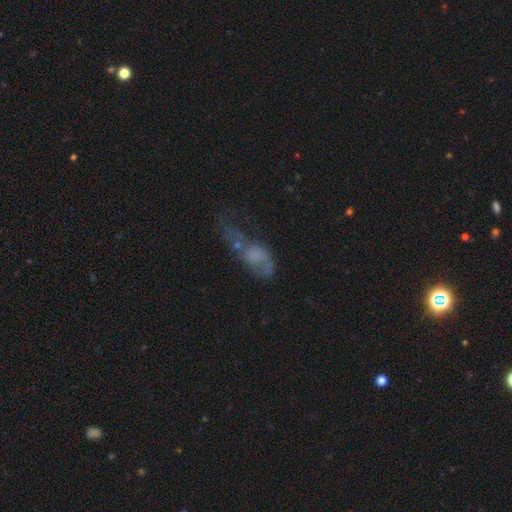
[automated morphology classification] Q: Smooth or featured?
A: featured or disk (43%); runner-up: smooth (42%)
Q: Merging?
A: major disturbance (44%); runner-up: none (22%)